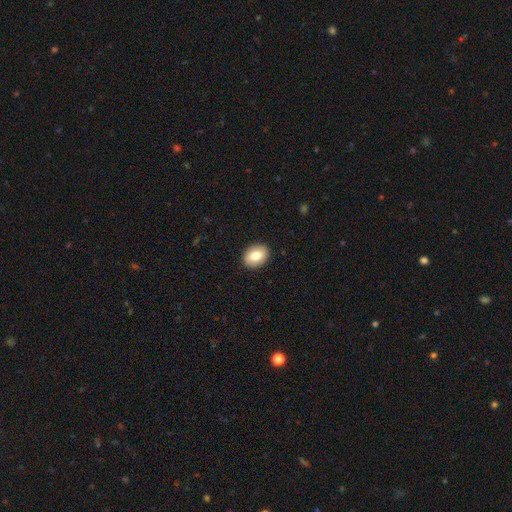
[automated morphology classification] type=smooth (77%); roundness=in between (70%); merging=none (90%).